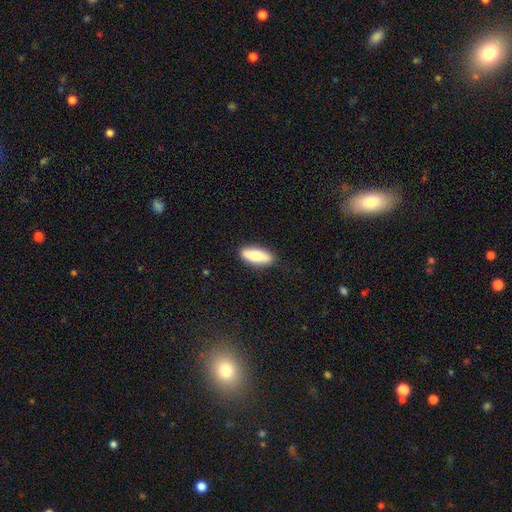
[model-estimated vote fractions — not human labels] smooth_or_featured: smooth (p=0.81) [alt: featured or disk p=0.13]
how_rounded: in between (p=0.59) [alt: cigar-shaped p=0.39]
merging: none (p=0.88) [alt: minor disturbance p=0.09]